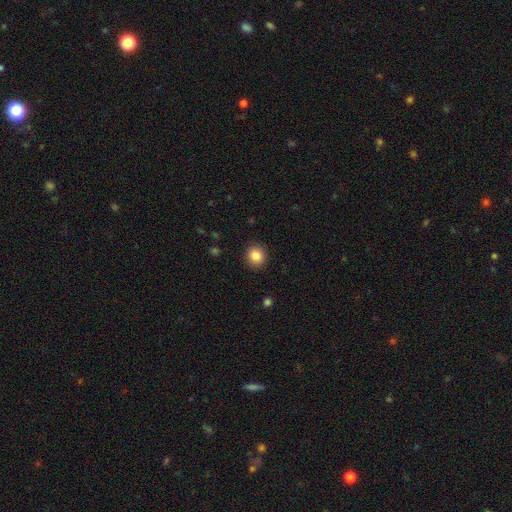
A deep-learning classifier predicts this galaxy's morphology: type=smooth (85%); roundness=round (89%); merging=none (91%).